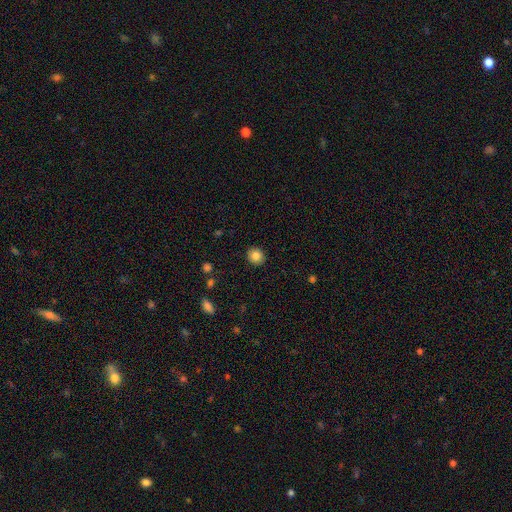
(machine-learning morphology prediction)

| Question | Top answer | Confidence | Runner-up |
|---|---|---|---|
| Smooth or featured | smooth | 84% | star or artifact (10%) |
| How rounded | round | 82% | in between (17%) |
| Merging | none | 91% | minor disturbance (6%) |